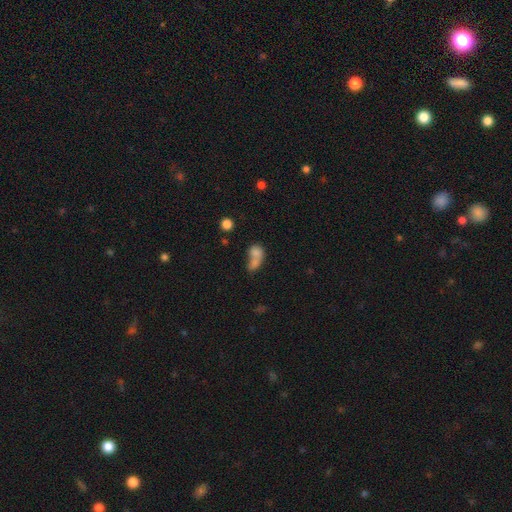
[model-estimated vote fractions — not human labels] Morphology: type=smooth (76%); roundness=in between (59%); merging=merger (66%).